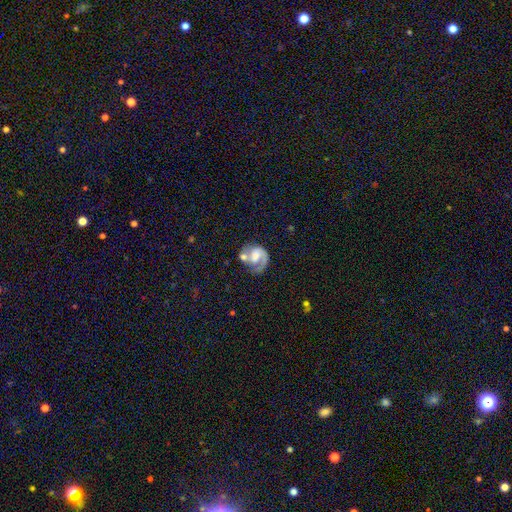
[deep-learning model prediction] smooth_or_featured: featured or disk (p=0.69) [alt: smooth p=0.24]
disk_edge_on: no (p=0.98) [alt: yes p=0.02]
bar: no (p=0.48) [alt: weak p=0.39]
has_spiral_arms: yes (p=0.85) [alt: no p=0.15]
spiral_winding: medium (p=0.40) [alt: tight p=0.36]
spiral_arm_count: 1 (p=0.61) [alt: 2 p=0.30]
bulge_size: moderate (p=0.35) [alt: large p=0.22]
merging: none (p=0.38) [alt: merger p=0.24]